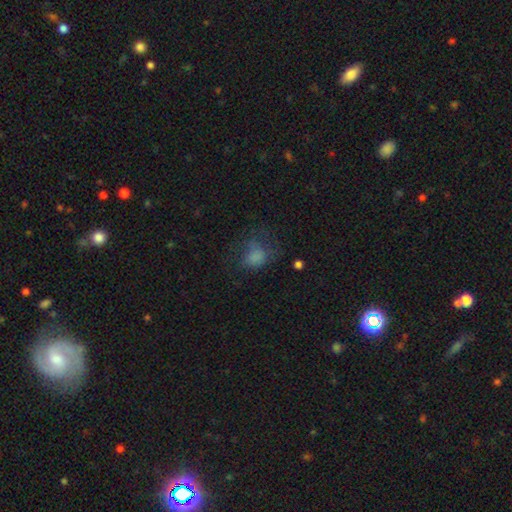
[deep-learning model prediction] The model was most divided on "how rounded": in between: 51%, round: 48%, cigar-shaped: 1%. Remaining: smooth or featured — smooth (67%); merging — none (39%).